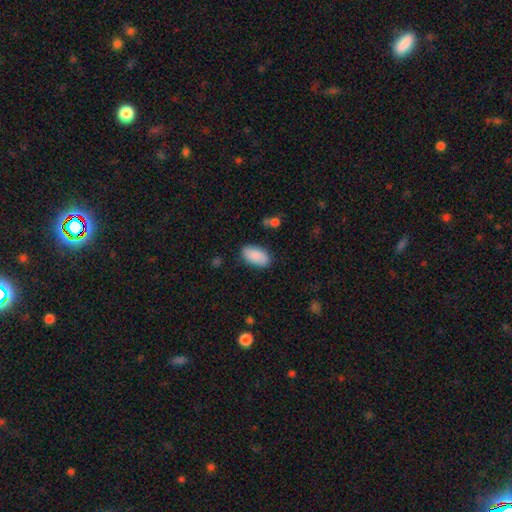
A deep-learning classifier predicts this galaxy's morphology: A smooth galaxy with no disk features (88%) that is in between round and cigar-shaped (95%). Merging: none (84%).